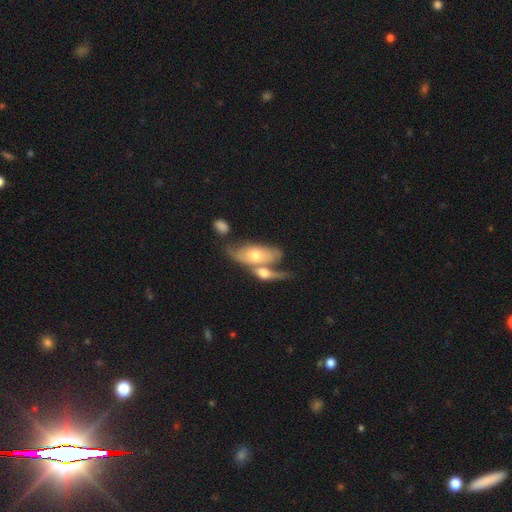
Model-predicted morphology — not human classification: Smooth or featured? Predicted: featured or disk (p=0.51). Edge-on disk? Predicted: no (p=0.76). Merging? Predicted: merger (p=0.50).